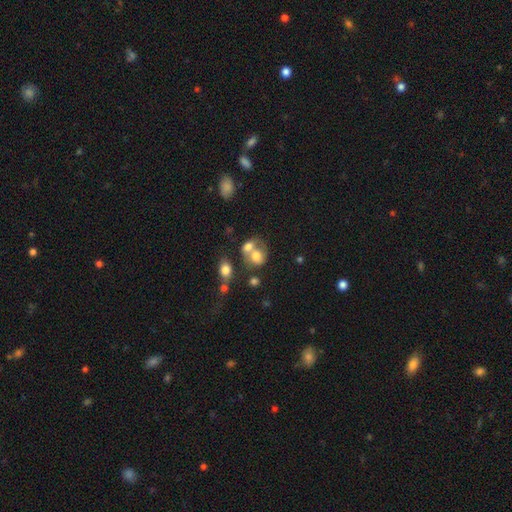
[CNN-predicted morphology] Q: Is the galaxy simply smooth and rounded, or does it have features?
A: smooth — 67%.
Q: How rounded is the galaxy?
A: round — 56%.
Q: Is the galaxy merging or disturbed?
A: merger — 59%.